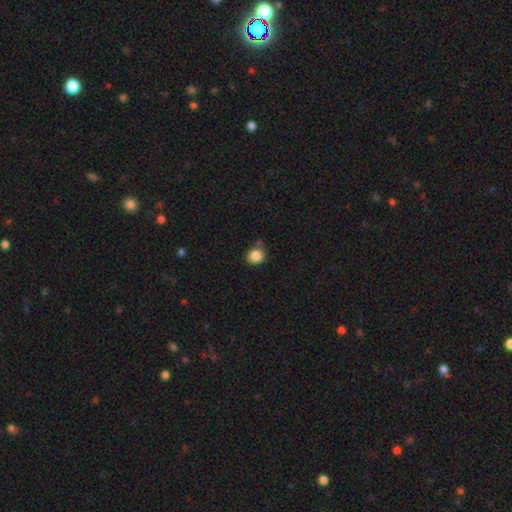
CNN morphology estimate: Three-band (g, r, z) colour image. It shows a smooth galaxy with no disk features (86%) that is round (78%). Merging: none (75%).